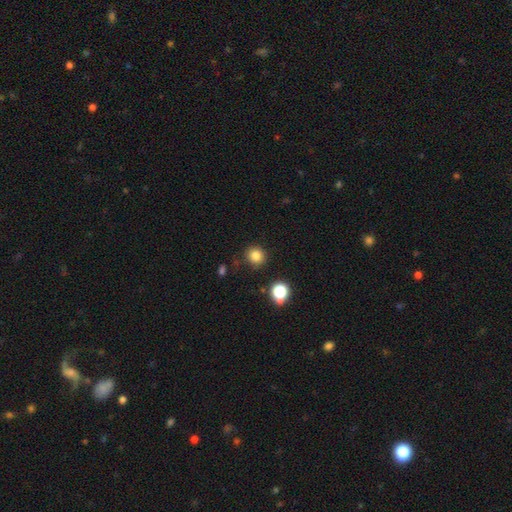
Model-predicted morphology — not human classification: smooth_or_featured: smooth (p=0.82) [alt: star or artifact p=0.13]
how_rounded: round (p=0.90) [alt: in between p=0.09]
merging: none (p=0.87) [alt: minor disturbance p=0.08]